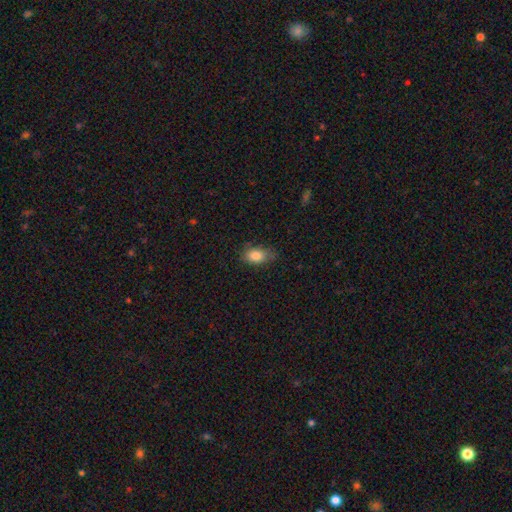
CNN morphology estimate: A smooth galaxy with no disk features (83%) that is in between round and cigar-shaped (86%).

Vote fractions:
- Smooth or featured? smooth: 83% / featured or disk: 8% / star or artifact: 8%
- How rounded? in between: 86% / round: 12% / cigar-shaped: 2%
- Merging? none: 67% / minor disturbance: 26% / major disturbance: 6% / merger: 1%